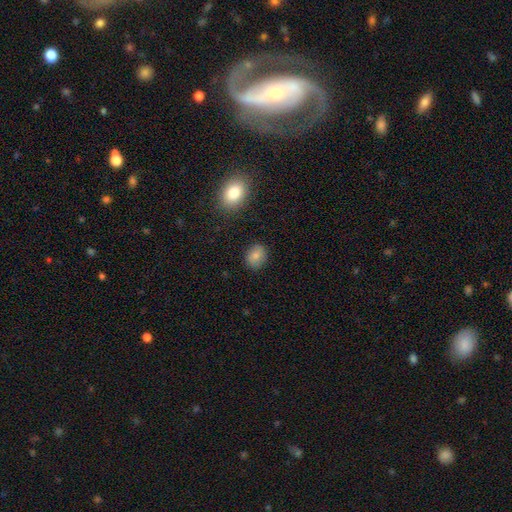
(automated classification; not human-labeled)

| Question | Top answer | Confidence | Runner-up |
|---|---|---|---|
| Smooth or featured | smooth | 82% | star or artifact (10%) |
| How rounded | in between | 53% | round (46%) |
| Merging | none | 85% | minor disturbance (11%) |